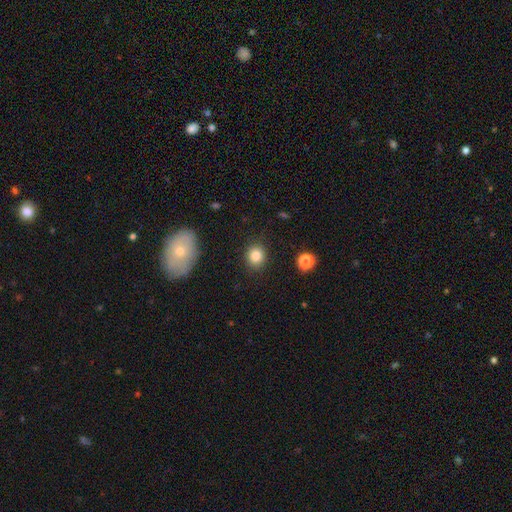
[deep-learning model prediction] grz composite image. It shows a smooth galaxy with no disk features (84%) that is round (79%). Merging: none (88%).